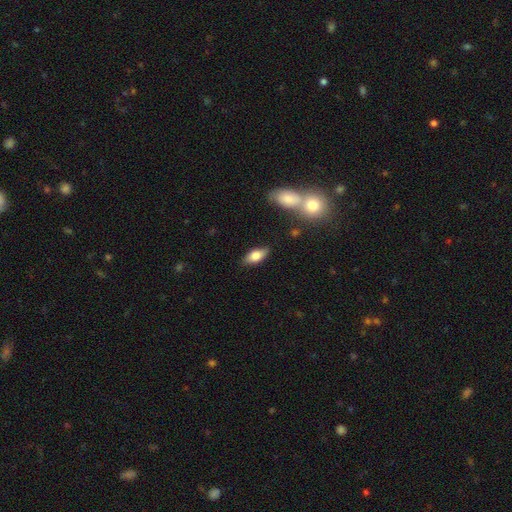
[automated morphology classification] Smooth or featured?
  - smooth: 73% *
  - featured or disk: 20%
  - star or artifact: 7%
How rounded?
  - in between: 83% *
  - cigar-shaped: 13%
  - round: 3%
Merging?
  - none: 83% *
  - minor disturbance: 12%
  - major disturbance: 3%
  - merger: 2%